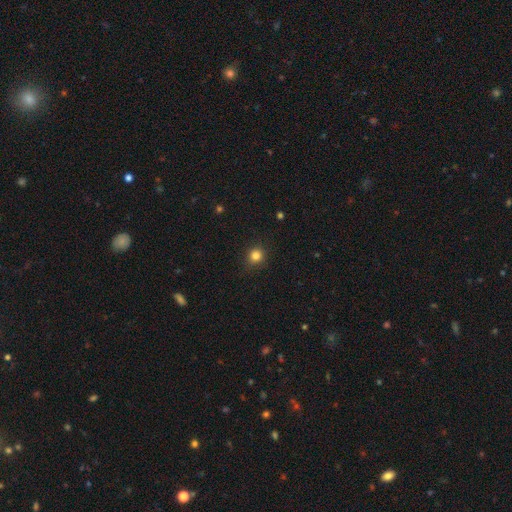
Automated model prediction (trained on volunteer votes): A smooth galaxy with no disk features (83%) that is round (87%). Merging: none (87%).